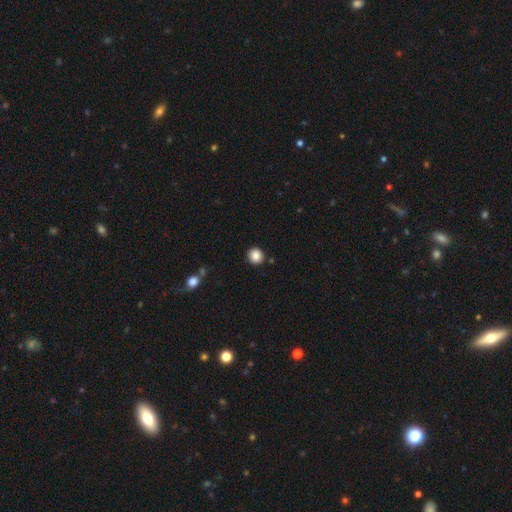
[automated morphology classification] Smooth or featured? Predicted: smooth (p=0.87). How rounded? Predicted: round (p=0.89). Merging? Predicted: none (p=0.90).